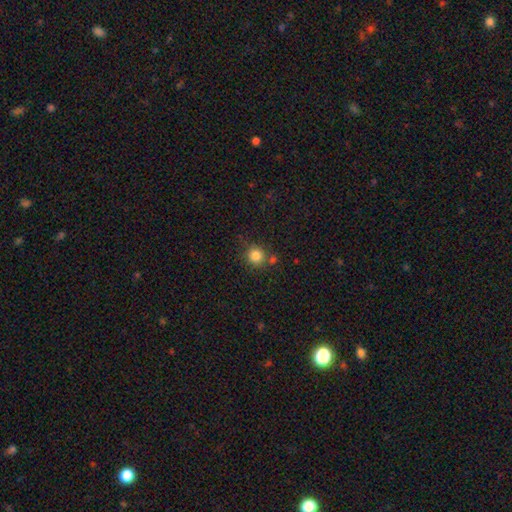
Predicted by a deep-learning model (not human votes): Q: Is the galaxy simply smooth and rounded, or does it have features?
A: smooth — 83%.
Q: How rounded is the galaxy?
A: round — 92%.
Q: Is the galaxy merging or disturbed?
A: none — 72%.